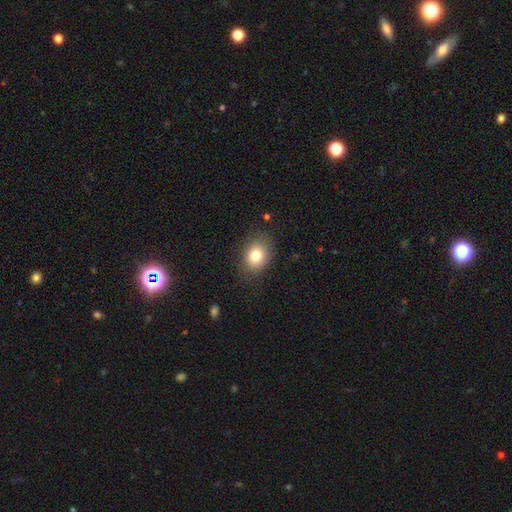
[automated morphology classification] A smooth galaxy with no disk features (81%) that is in between round and cigar-shaped (60%).

Vote fractions:
- Smooth or featured? smooth: 81% / star or artifact: 10% / featured or disk: 10%
- How rounded? in between: 60% / round: 39% / cigar-shaped: 1%
- Merging? none: 81% / minor disturbance: 14% / major disturbance: 4% / merger: 1%